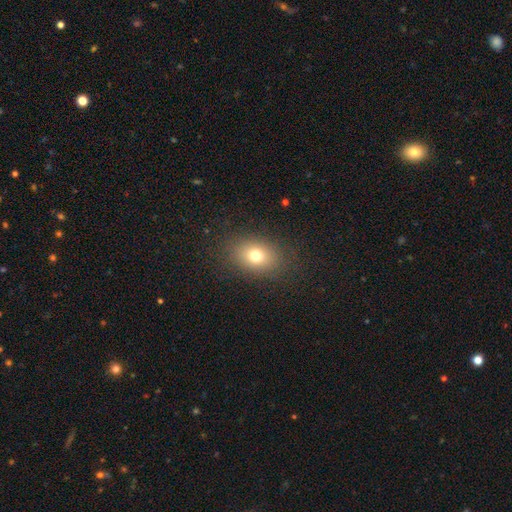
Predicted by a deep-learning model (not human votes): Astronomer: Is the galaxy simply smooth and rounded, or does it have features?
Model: smooth — 75%.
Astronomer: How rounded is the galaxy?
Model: in between — 69%.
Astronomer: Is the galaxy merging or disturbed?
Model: none — 85%.